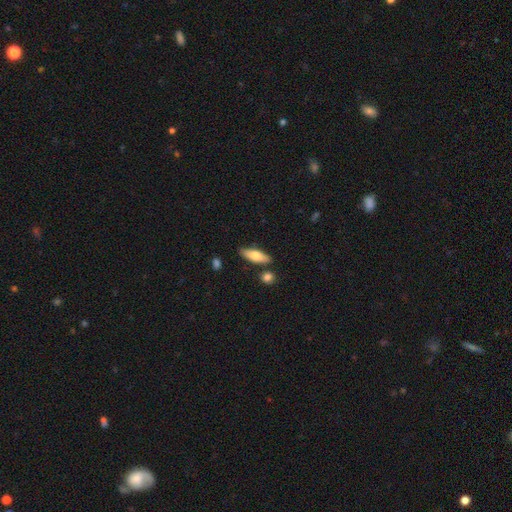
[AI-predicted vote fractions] smooth 65%, featured or disk 29%, star or artifact 6%. Down the decision tree: how rounded — in between (54%); merging — none (81%).